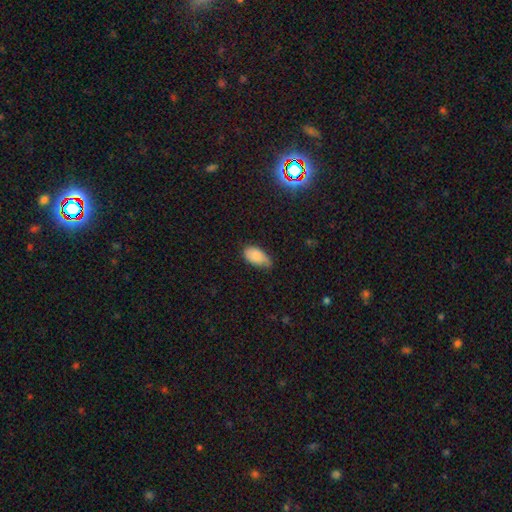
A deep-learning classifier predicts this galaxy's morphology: smooth-or-featured: smooth: 77% | featured or disk: 15% | star or artifact: 8%
  how-rounded: in between: 93% | round: 5% | cigar-shaped: 2%
  merging: none: 49% | minor disturbance: 41% | major disturbance: 9% | merger: 2%